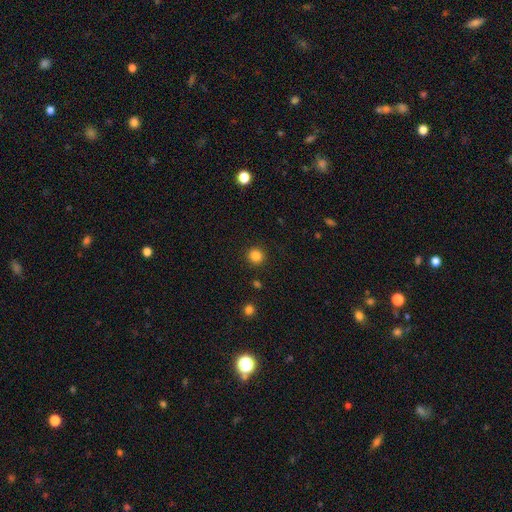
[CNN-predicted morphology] Overall: smooth (85%). How rounded: round (93%). Merging: none (91%).